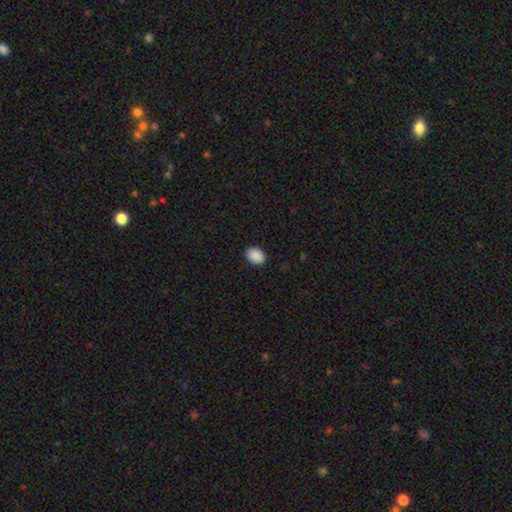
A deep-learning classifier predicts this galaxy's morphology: Q: Smooth or featured?
A: smooth (90%); runner-up: star or artifact (8%)
Q: How rounded?
A: in between (68%); runner-up: round (31%)
Q: Merging?
A: none (91%); runner-up: minor disturbance (7%)